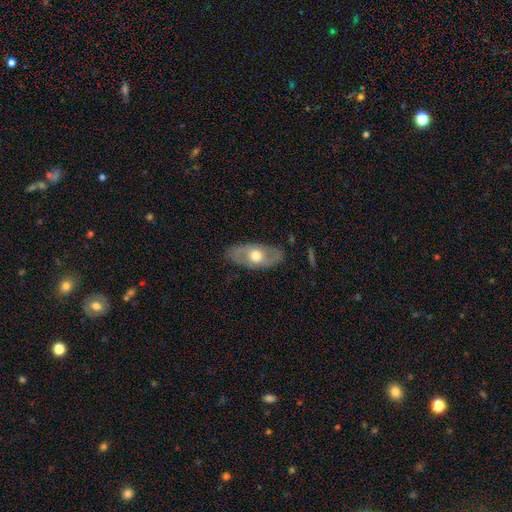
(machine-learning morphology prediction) The model was most divided on "smooth or featured": featured or disk: 53%, smooth: 42%, star or artifact: 5%. More confident: merging — none (81%); edge-on disk — no (77%).